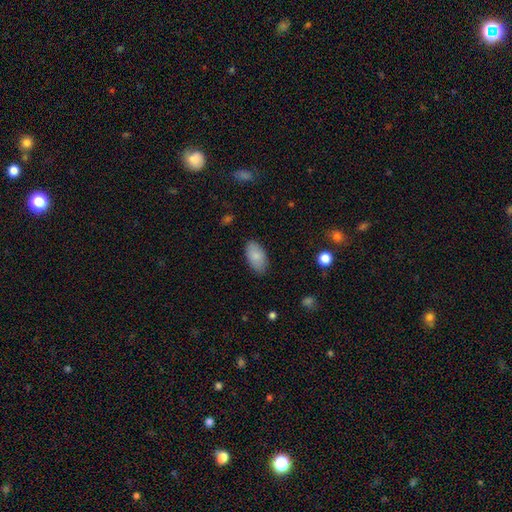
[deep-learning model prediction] Smooth or featured: smooth — 85% (featured or disk — 8%)
How rounded: in between — 94% (round — 3%)
Merging: none — 85% (minor disturbance — 12%)